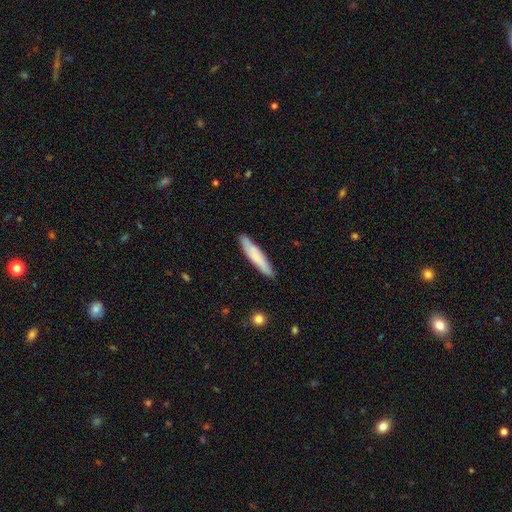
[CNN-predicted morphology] Q: Smooth or featured?
A: smooth (73%); runner-up: featured or disk (21%)
Q: How rounded?
A: cigar-shaped (88%); runner-up: in between (11%)
Q: Merging?
A: none (87%); runner-up: minor disturbance (10%)